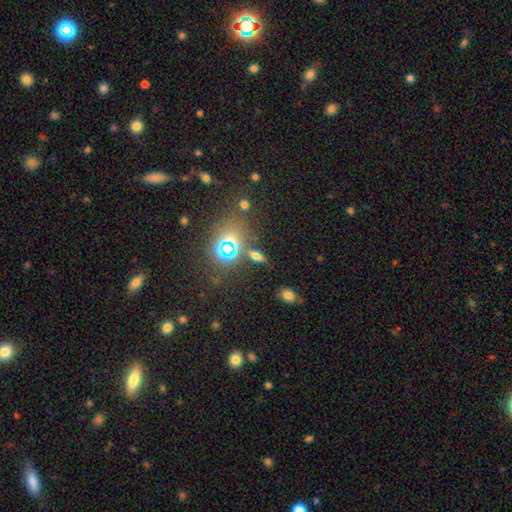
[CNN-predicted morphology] The model was most divided on "smooth or featured": smooth: 43%, star or artifact: 30%, featured or disk: 27%. More confident: merging — none (79%).